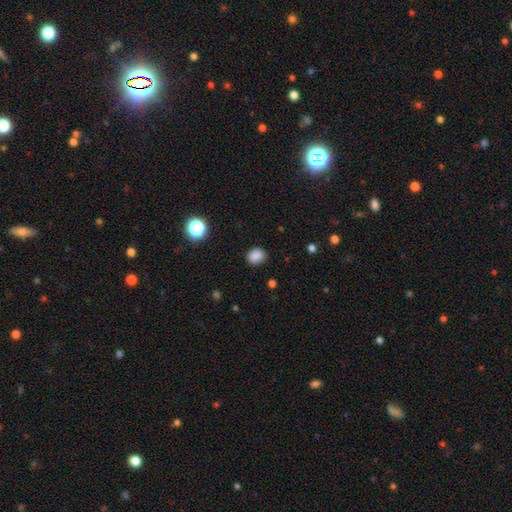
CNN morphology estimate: Q: Smooth or featured?
A: smooth (85%); runner-up: star or artifact (11%)
Q: How rounded?
A: round (53%); runner-up: in between (46%)
Q: Merging?
A: none (85%); runner-up: minor disturbance (11%)